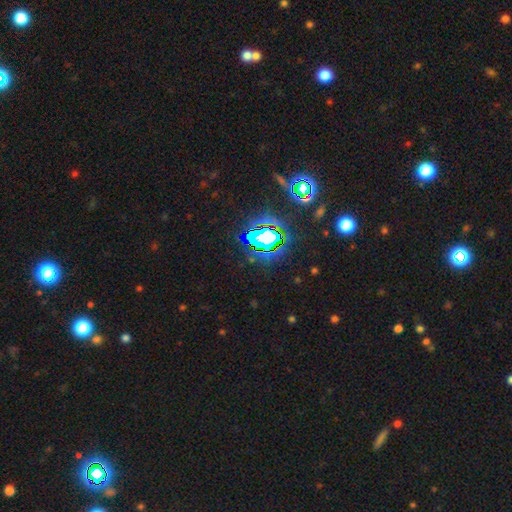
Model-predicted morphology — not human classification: smooth-or-featured: star or artifact: 81% | smooth: 11% | featured or disk: 8%